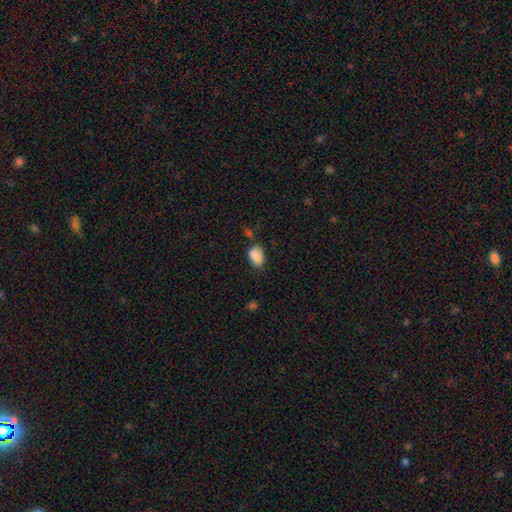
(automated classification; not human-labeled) A smooth galaxy with no disk features (83%) that is in between round and cigar-shaped (81%). Merging: none (56%).